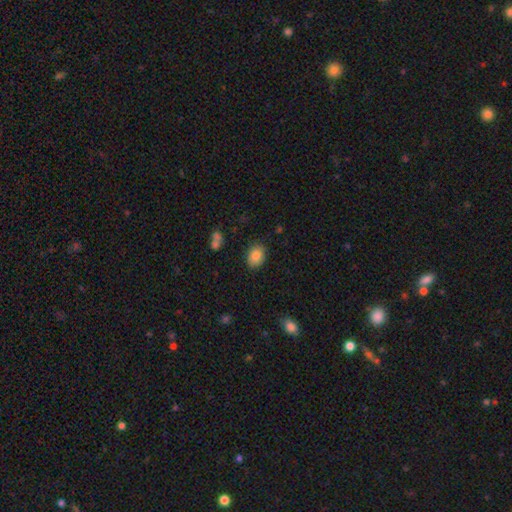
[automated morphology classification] Smooth or featured?
  - smooth: 84% *
  - star or artifact: 9%
  - featured or disk: 7%
How rounded?
  - in between: 63% *
  - round: 36%
  - cigar-shaped: 1%
Merging?
  - none: 85% *
  - minor disturbance: 11%
  - major disturbance: 2%
  - merger: 2%